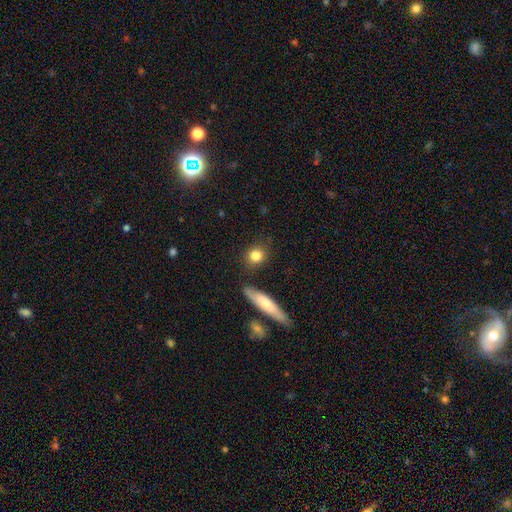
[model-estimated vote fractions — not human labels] smooth 82%, featured or disk 10%, star or artifact 8%. Down the decision tree: how rounded — round (73%); merging — none (83%).